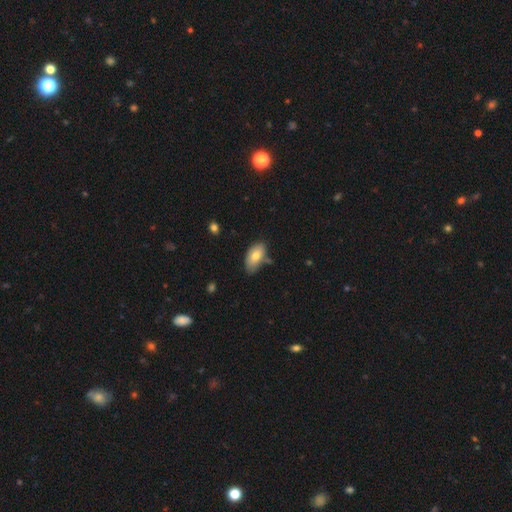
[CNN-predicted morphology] Smooth or featured? smooth (76%)
How rounded? in between (93%)
Merging? none (67%)